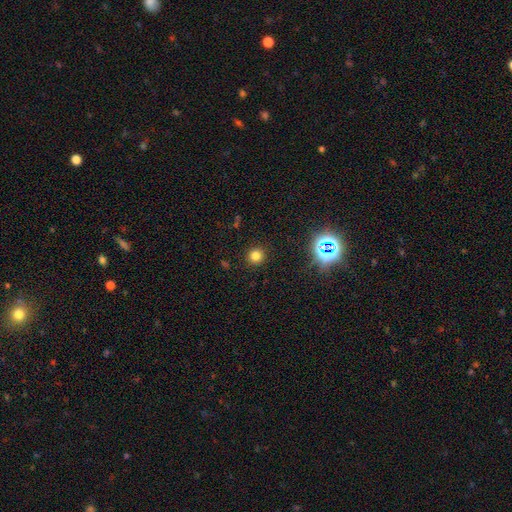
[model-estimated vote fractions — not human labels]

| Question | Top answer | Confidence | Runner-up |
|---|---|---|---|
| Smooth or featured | smooth | 76% | star or artifact (18%) |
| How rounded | round | 92% | in between (7%) |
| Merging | none | 91% | minor disturbance (6%) |